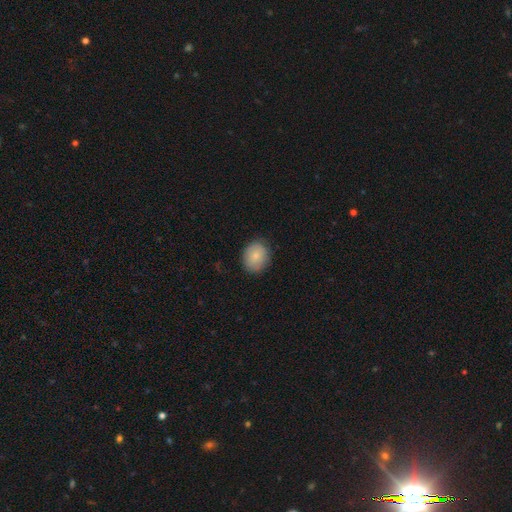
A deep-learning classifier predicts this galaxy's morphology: Smooth or featured? smooth (83%)
How rounded? round (62%)
Merging? none (84%)